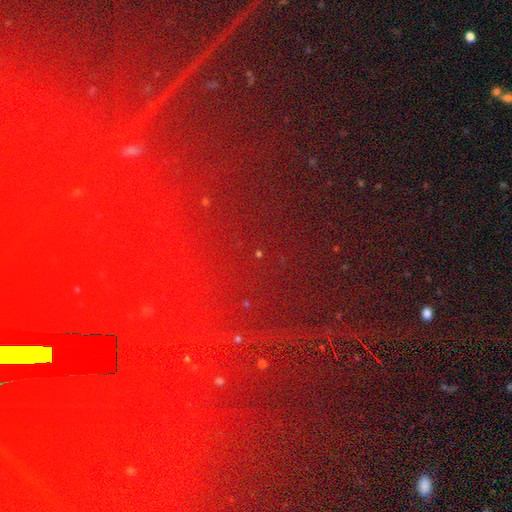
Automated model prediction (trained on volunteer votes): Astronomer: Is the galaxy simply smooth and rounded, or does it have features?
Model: star or artifact — 82%.